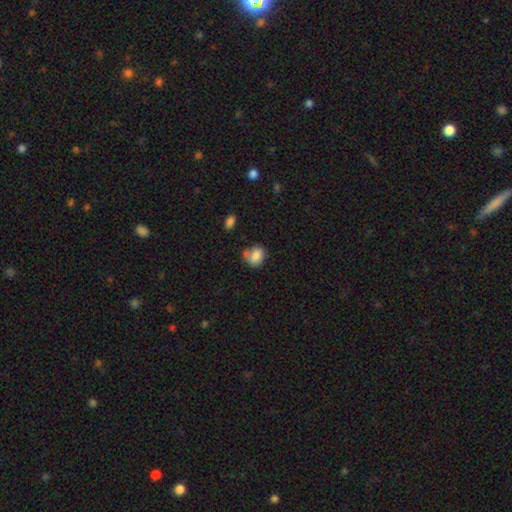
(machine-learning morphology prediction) Smooth or featured: smooth — 80% (featured or disk — 11%)
How rounded: round — 54% (in between — 45%)
Merging: none — 50% (minor disturbance — 29%)